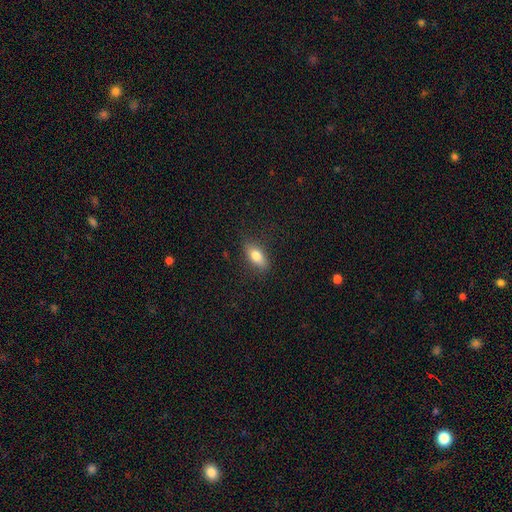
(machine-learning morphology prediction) type=smooth (78%); roundness=in between (80%); merging=none (83%).